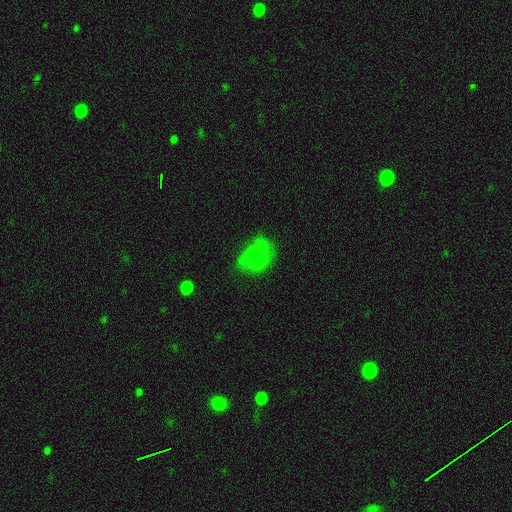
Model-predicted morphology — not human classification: This appears to be a smooth galaxy with no disk features (48%). Merging: none (61%).